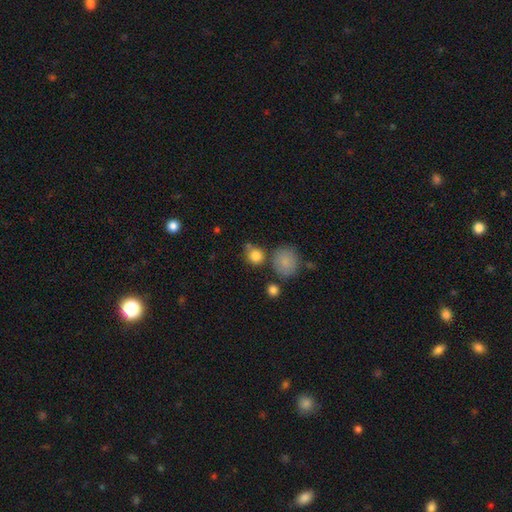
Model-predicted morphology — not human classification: smooth 83%, star or artifact 10%, featured or disk 6%. Down the decision tree: how rounded — round (83%); merging — none (64%).